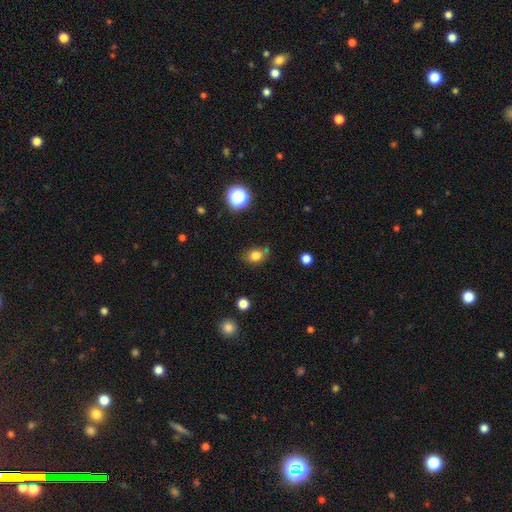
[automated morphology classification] Smooth or featured?
  - smooth: 79% *
  - star or artifact: 13%
  - featured or disk: 7%
How rounded?
  - round: 51% *
  - in between: 48%
  - cigar-shaped: 1%
Merging?
  - none: 74% *
  - minor disturbance: 17%
  - merger: 5%
  - major disturbance: 4%